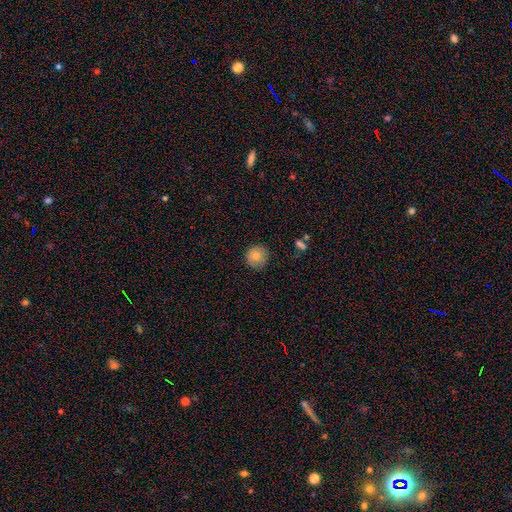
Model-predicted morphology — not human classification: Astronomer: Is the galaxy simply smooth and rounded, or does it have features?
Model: smooth — 77%.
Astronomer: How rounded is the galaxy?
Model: round — 94%.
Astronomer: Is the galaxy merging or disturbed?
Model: none — 83%.